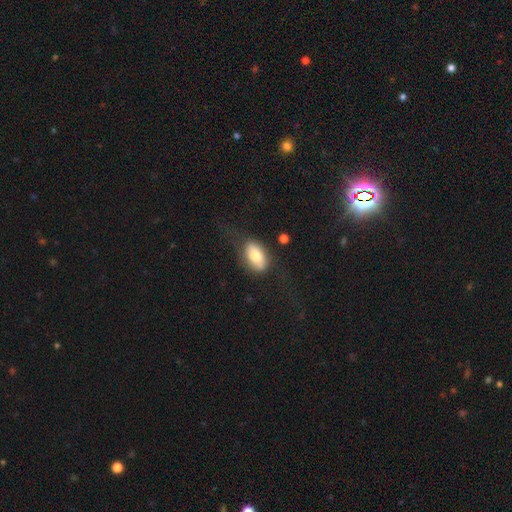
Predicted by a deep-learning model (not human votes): Smooth or featured? smooth (69%)
How rounded? in between (90%)
Merging? none (56%)